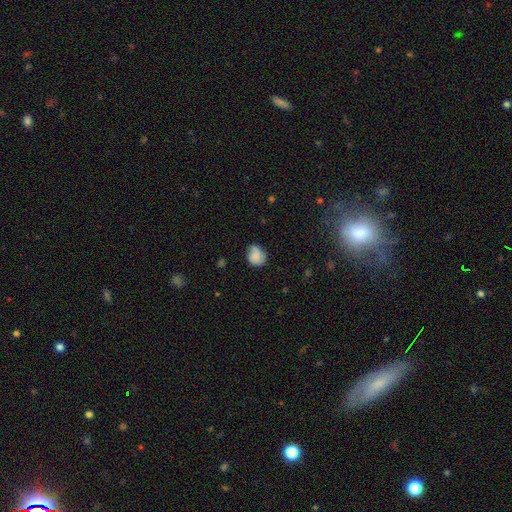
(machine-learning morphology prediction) This appears to be a smooth galaxy with no disk features (66%) that is round (65%). Merging: none (63%).